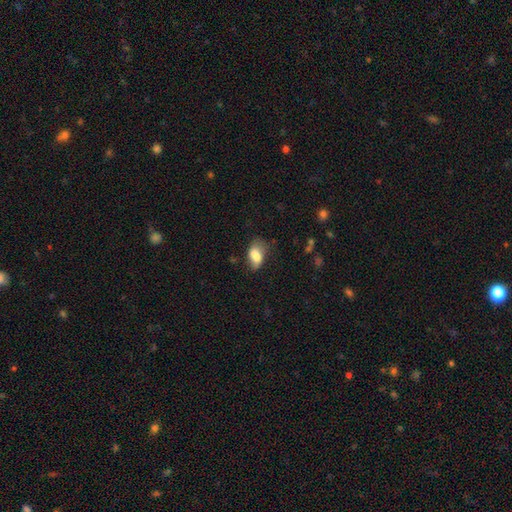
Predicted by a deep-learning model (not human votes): This is likely a smooth galaxy (73%). How rounded: clearly in between (88%). Merging: possibly none (45%).